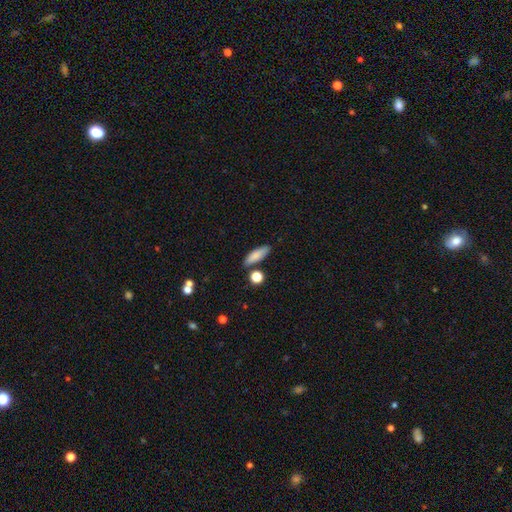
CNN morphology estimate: Smooth or featured? smooth (82%)
How rounded? in between (56%)
Merging? none (78%)